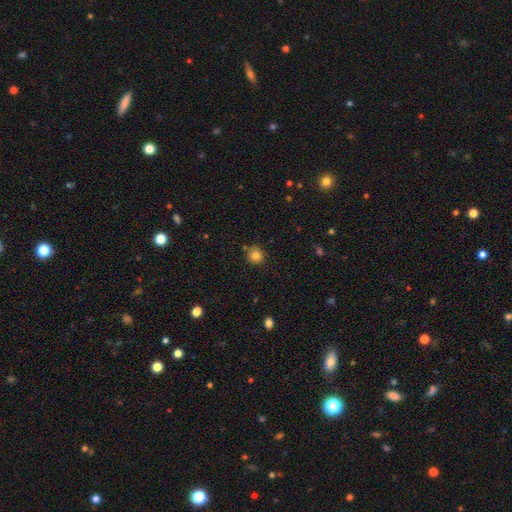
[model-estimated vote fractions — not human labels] A smooth galaxy with no disk features (82%) that is round (91%).

Vote fractions:
- Smooth or featured? smooth: 82% / star or artifact: 12% / featured or disk: 6%
- How rounded? round: 91% / in between: 8% / cigar-shaped: 1%
- Merging? none: 81% / minor disturbance: 11% / merger: 5% / major disturbance: 3%